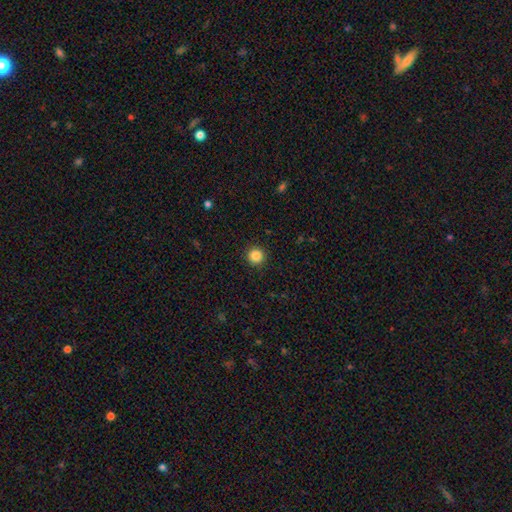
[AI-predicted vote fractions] Smooth or featured: smooth — 86% (star or artifact — 10%)
How rounded: round — 96% (in between — 3%)
Merging: none — 93% (minor disturbance — 5%)